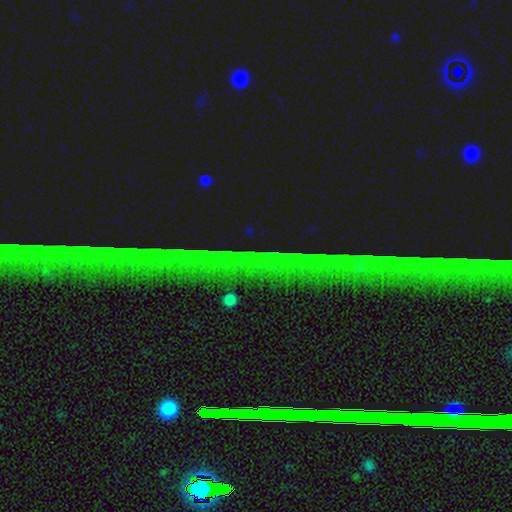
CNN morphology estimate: This is clearly a star or artifact rather than a galaxy (84%).